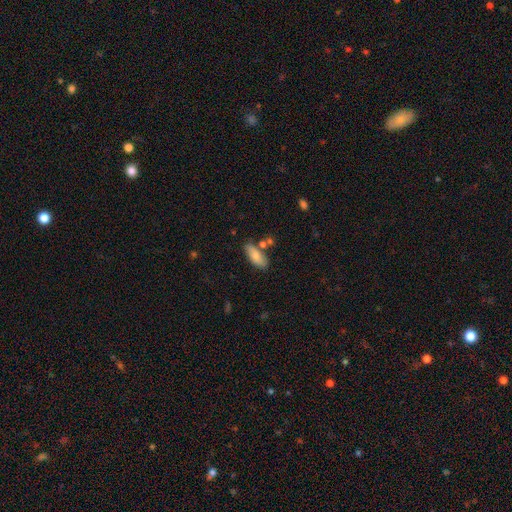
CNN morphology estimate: This appears to be a smooth galaxy with no disk features (80%) that is in between round and cigar-shaped (79%). Merging: none (73%).